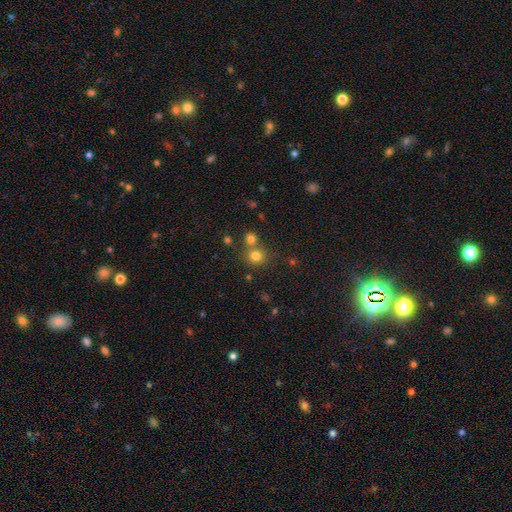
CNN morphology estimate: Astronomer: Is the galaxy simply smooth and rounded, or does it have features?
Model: smooth — 76%.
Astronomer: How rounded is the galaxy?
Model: round — 85%.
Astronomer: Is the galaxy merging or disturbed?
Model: none — 59%.